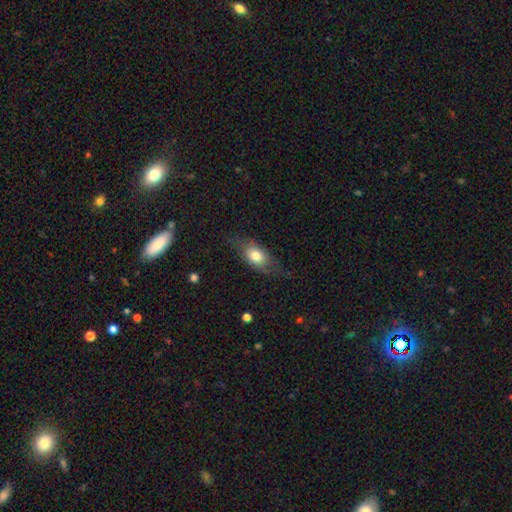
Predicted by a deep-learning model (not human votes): A smooth galaxy with no disk features (70%) that is in between round and cigar-shaped (77%).

Vote fractions:
- Smooth or featured? smooth: 70% / featured or disk: 22% / star or artifact: 8%
- How rounded? in between: 77% / round: 14% / cigar-shaped: 8%
- Merging? none: 66% / minor disturbance: 22% / major disturbance: 11% / merger: 1%